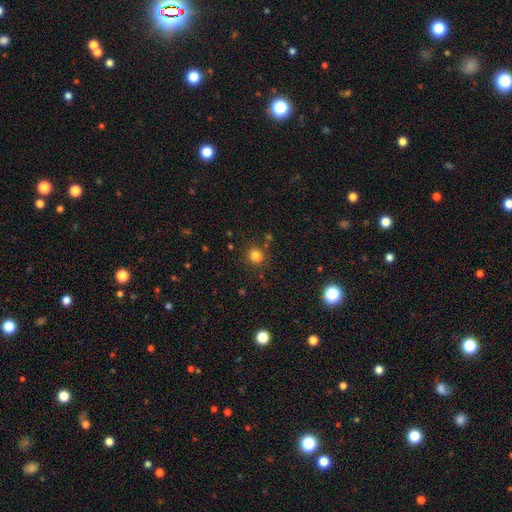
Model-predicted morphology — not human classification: Smooth or featured? Predicted: smooth (p=0.80). How rounded? Predicted: round (p=0.83). Merging? Predicted: none (p=0.82).